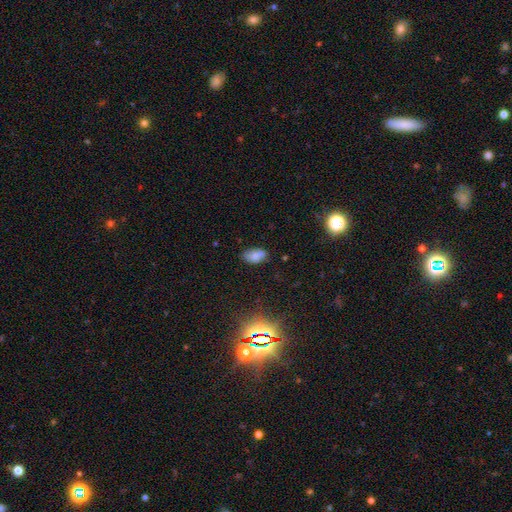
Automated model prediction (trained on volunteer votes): Overall: smooth (76%). How rounded: in between (93%). Merging: none (74%).